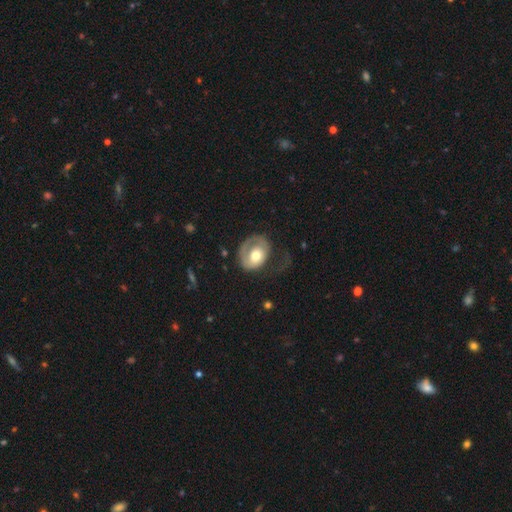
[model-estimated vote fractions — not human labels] Morphology: type=featured or disk (49%); merging=major disturbance (39%).